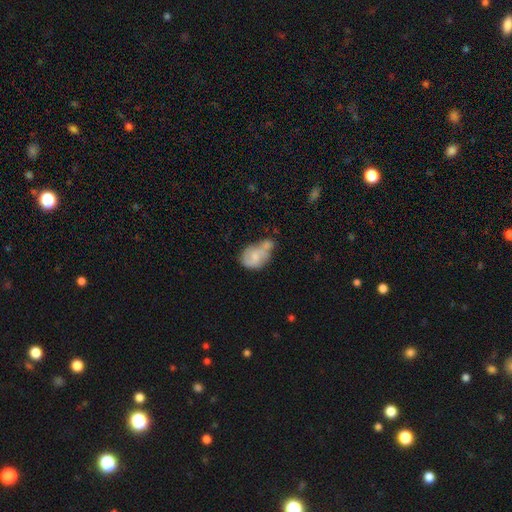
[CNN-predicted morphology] Smooth or featured: featured or disk — 48% (smooth — 45%)
Merging: merger — 45% (none — 24%)